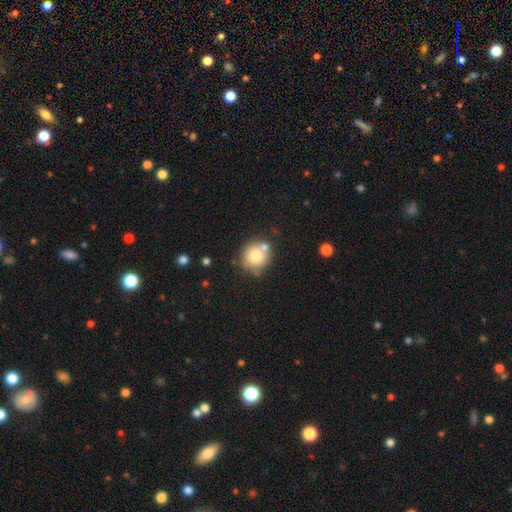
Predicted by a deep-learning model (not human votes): Smooth or featured?
  - smooth: 75% *
  - featured or disk: 15%
  - star or artifact: 10%
How rounded?
  - round: 88% *
  - in between: 11%
  - cigar-shaped: 1%
Merging?
  - none: 65% *
  - merger: 18%
  - minor disturbance: 13%
  - major disturbance: 4%